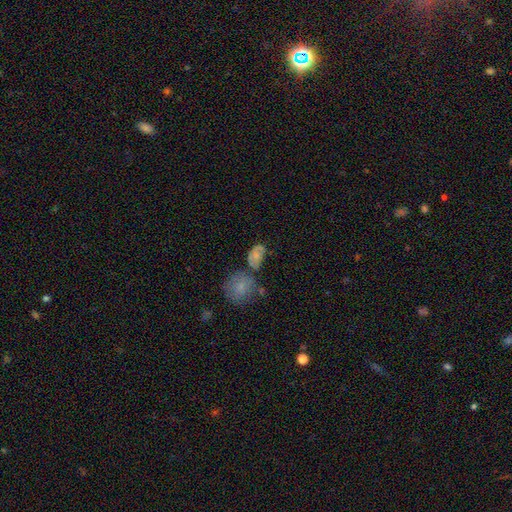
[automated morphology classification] Smooth or featured?
  - smooth: 65% *
  - featured or disk: 24%
  - star or artifact: 11%
How rounded?
  - in between: 76% *
  - round: 22%
  - cigar-shaped: 2%
Merging?
  - none: 35% *
  - merger: 26%
  - minor disturbance: 23%
  - major disturbance: 16%